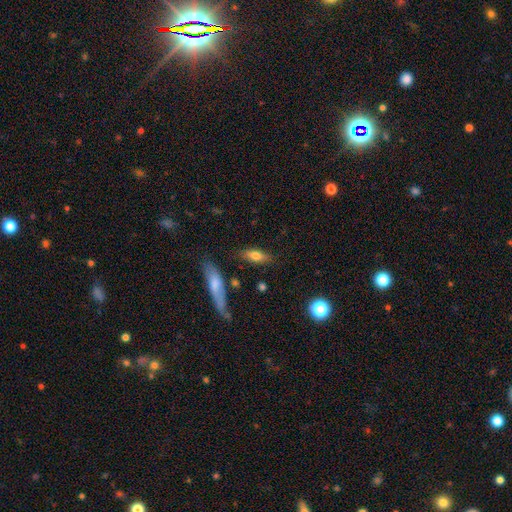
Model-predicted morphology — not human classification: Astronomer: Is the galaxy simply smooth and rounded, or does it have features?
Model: smooth — 69%.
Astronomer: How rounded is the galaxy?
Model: in between — 62%.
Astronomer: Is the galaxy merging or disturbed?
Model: none — 78%.